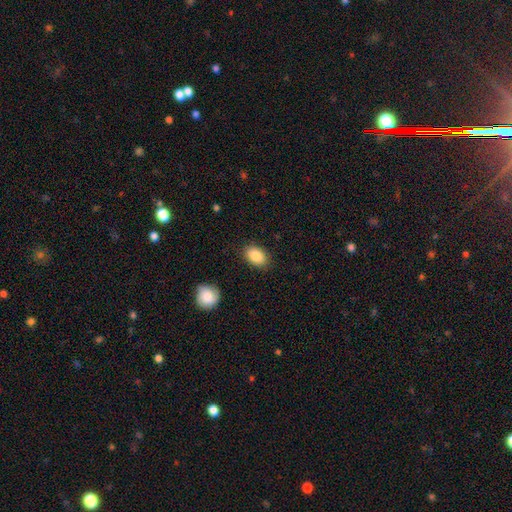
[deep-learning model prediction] smooth-or-featured: smooth: 87% | star or artifact: 7% | featured or disk: 6%
  how-rounded: in between: 86% | round: 13% | cigar-shaped: 1%
  merging: none: 85% | minor disturbance: 10% | major disturbance: 3% | merger: 2%